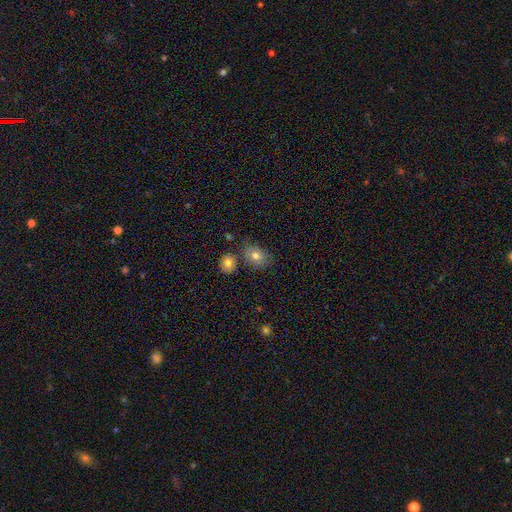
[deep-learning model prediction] A smooth galaxy with no disk features (79%) that is in between round and cigar-shaped (68%).

Vote fractions:
- Smooth or featured? smooth: 79% / featured or disk: 11% / star or artifact: 10%
- How rounded? in between: 68% / round: 30% / cigar-shaped: 1%
- Merging? none: 66% / minor disturbance: 17% / merger: 13% / major disturbance: 4%